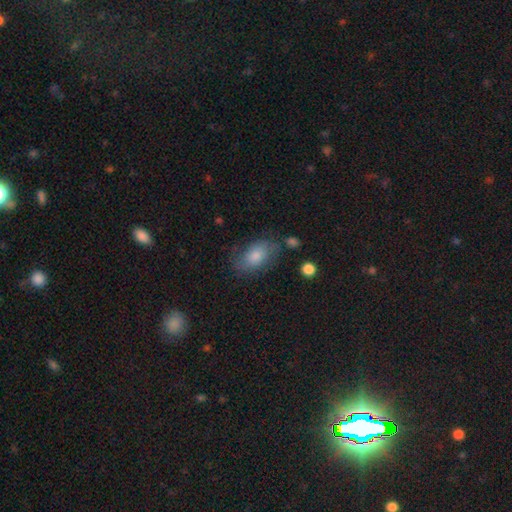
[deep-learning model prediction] A smooth galaxy with no disk features (65%) that is in between round and cigar-shaped (89%). Merging: none (66%).